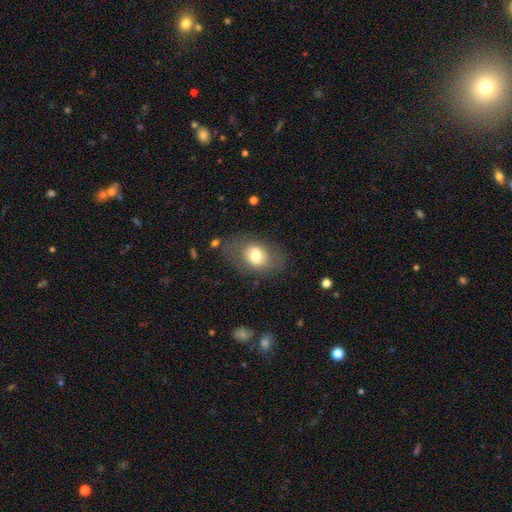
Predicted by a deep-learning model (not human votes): smooth 70%, featured or disk 22%, star or artifact 9%. Down the decision tree: how rounded — in between (74%); merging — none (72%).